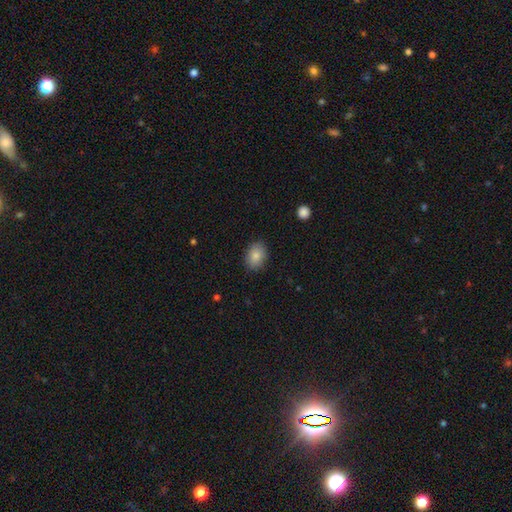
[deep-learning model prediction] smooth_or_featured: smooth (p=0.84) [alt: star or artifact p=0.08]
how_rounded: in between (p=0.76) [alt: round p=0.23]
merging: none (p=0.87) [alt: minor disturbance p=0.10]